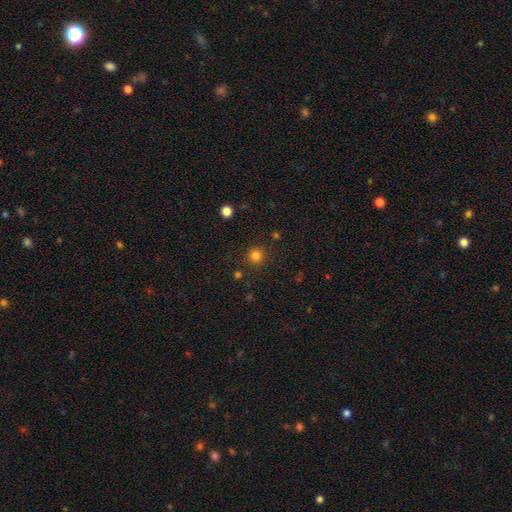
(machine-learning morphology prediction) This is clearly a smooth galaxy (81%). How rounded: clearly round (94%). Merging: clearly none (89%).